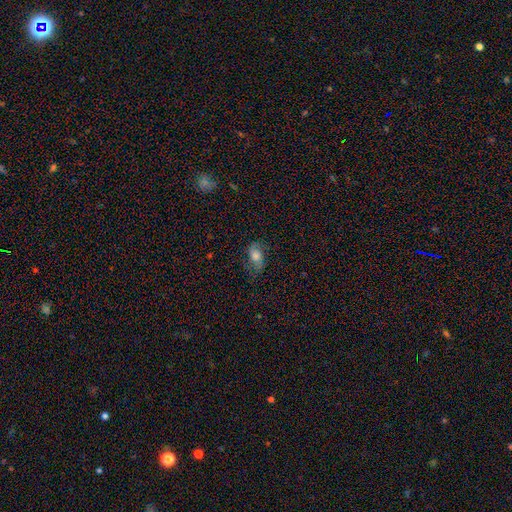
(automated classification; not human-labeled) Smooth or featured: smooth — 52% (featured or disk — 36%)
How rounded: in between — 80% (round — 16%)
Merging: none — 63% (minor disturbance — 22%)